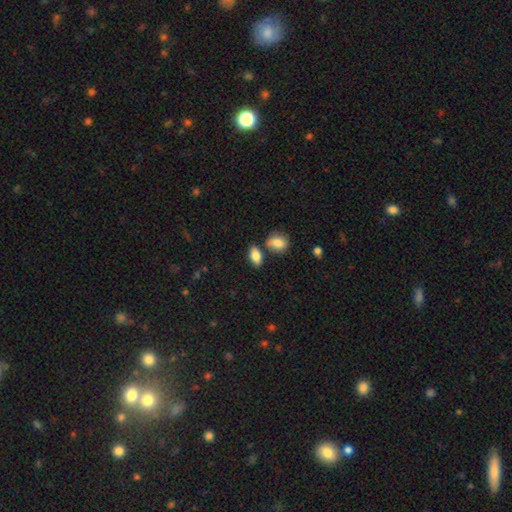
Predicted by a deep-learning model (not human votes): Smooth or featured? smooth (84%)
How rounded? in between (88%)
Merging? none (71%)